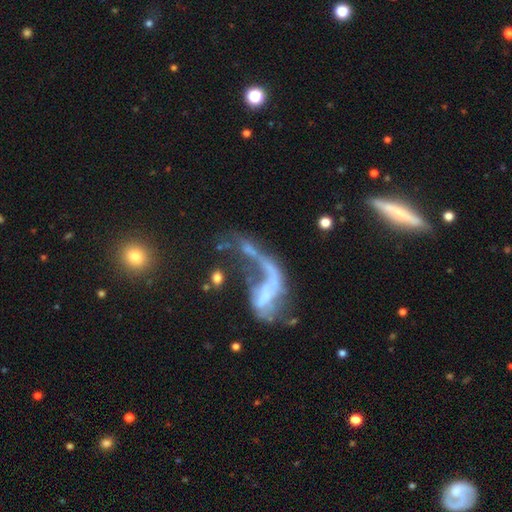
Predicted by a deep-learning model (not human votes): smooth-or-featured: featured or disk: 73% | smooth: 16% | star or artifact: 11%
  disk-edge-on: no: 92% | yes: 8%
    bar: no: 56% | weak: 25% | strong: 19%
    has-spiral-arms: yes: 62% | no: 38%
    bulge-size: none: 58% | small: 26% | moderate: 11% | large: 3% | dominant: 2%
  merging: major disturbance: 45% | merger: 23% | none: 20% | minor disturbance: 11%